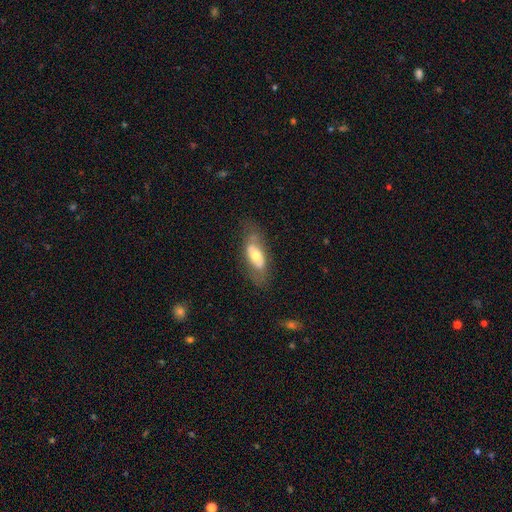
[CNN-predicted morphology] smooth-or-featured: featured or disk: 49% | smooth: 45% | star or artifact: 7%
  merging: none: 67% | minor disturbance: 20% | major disturbance: 10% | merger: 2%